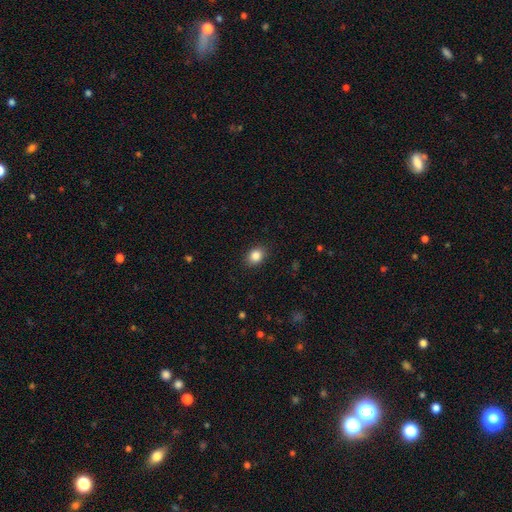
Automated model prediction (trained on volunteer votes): The model was most divided on "how rounded": round: 50%, in between: 49%, cigar-shaped: 1%. More confident: merging — none (88%); smooth or featured — smooth (86%).